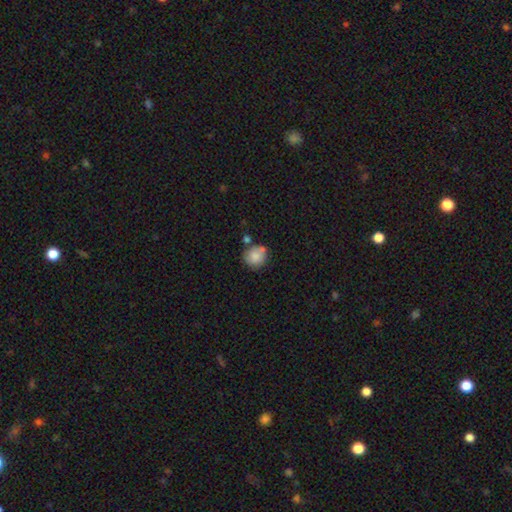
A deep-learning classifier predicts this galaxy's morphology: Smooth or featured?
  - smooth: 82% *
  - featured or disk: 10%
  - star or artifact: 8%
How rounded?
  - round: 87% *
  - in between: 12%
  - cigar-shaped: 1%
Merging?
  - none: 61% *
  - minor disturbance: 18%
  - merger: 17%
  - major disturbance: 5%